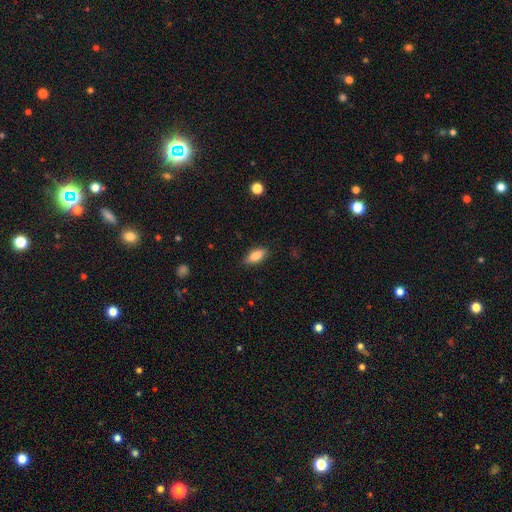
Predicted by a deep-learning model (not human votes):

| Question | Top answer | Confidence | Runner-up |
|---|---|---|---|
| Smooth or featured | smooth | 81% | featured or disk (12%) |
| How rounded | in between | 79% | cigar-shaped (18%) |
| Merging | none | 85% | minor disturbance (12%) |